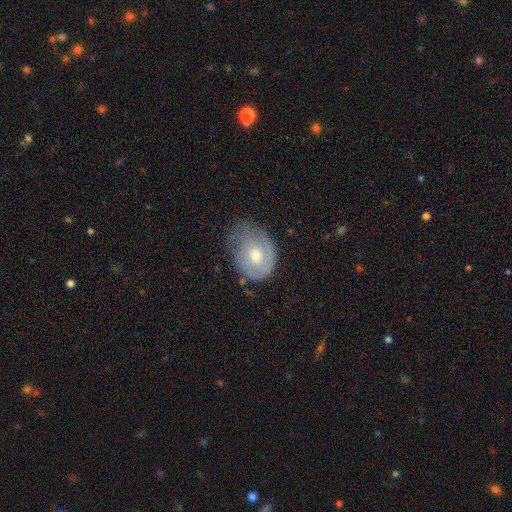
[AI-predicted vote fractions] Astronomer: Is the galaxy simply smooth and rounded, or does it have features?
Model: smooth — 48% (runner-up: featured or disk, 46%).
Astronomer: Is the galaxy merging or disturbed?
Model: none — 45% (runner-up: minor disturbance, 36%).